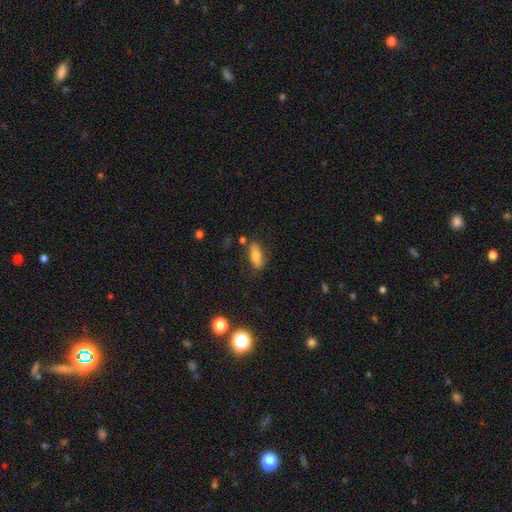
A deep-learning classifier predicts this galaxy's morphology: This appears to be a smooth galaxy with no disk features (74%) that is in between round and cigar-shaped (69%). Merging: none (75%).